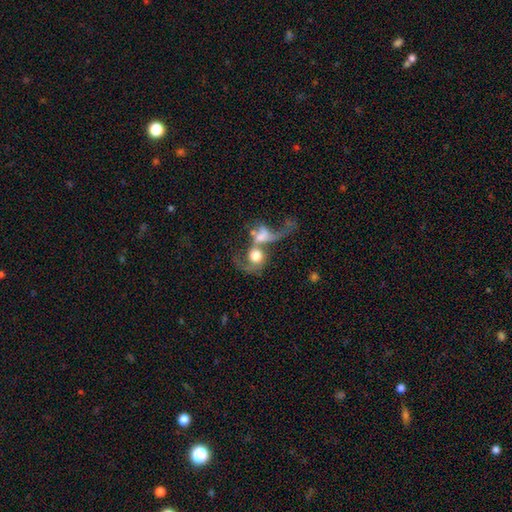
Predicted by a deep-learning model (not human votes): Overall: featured or disk (51%; smooth 40%). Edge-on disk: no (96%). Merging: merger (70%).